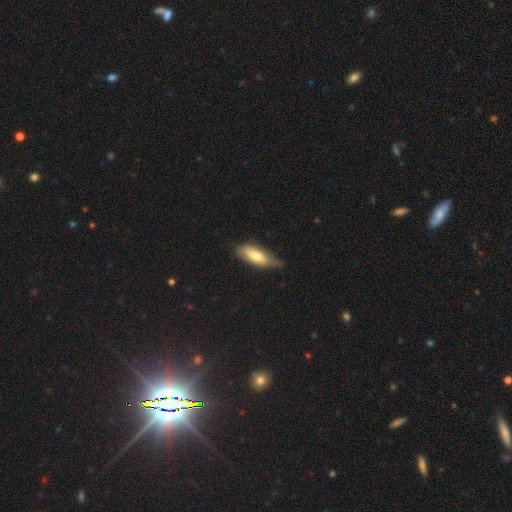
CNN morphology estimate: Smooth or featured? smooth (72%)
How rounded? in between (63%)
Merging? none (55%)